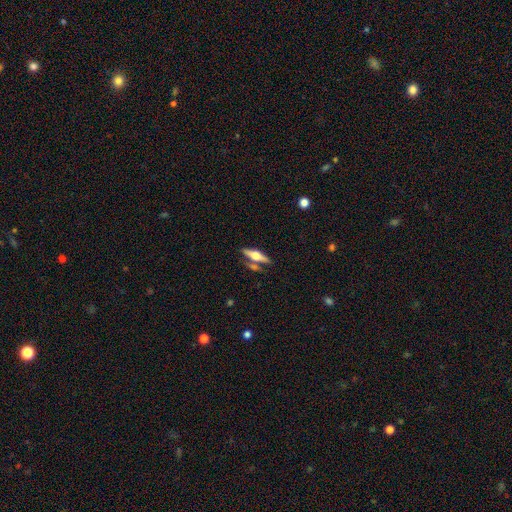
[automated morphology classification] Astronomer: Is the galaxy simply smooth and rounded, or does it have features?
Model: featured or disk — 62%.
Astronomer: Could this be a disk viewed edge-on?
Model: yes — 95%.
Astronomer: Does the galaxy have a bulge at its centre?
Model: rounded — 93%.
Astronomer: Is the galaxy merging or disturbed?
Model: none — 69%.